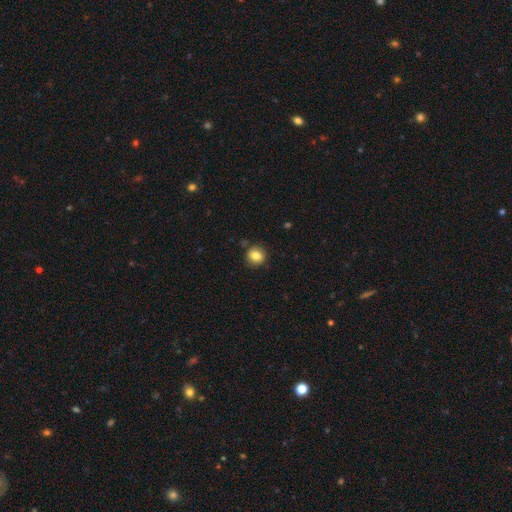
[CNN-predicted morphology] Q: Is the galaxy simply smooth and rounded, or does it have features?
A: smooth — 84%.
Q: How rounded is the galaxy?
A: round — 81%.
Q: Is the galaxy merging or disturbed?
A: none — 84%.